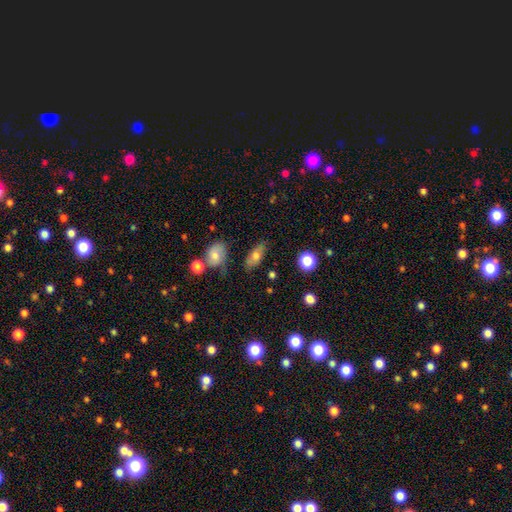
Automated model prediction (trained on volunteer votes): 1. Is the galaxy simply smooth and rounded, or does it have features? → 67% smooth, 24% featured or disk, 9% star or artifact.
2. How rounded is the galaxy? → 80% in between, 14% cigar-shaped, 6% round.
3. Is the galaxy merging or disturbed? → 68% none, 19% minor disturbance, 7% major disturbance, 6% merger.